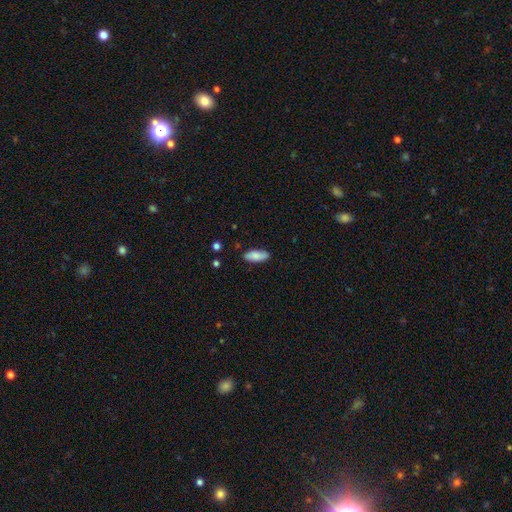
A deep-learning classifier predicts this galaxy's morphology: smooth-or-featured: smooth: 82% | featured or disk: 12% | star or artifact: 6%
  how-rounded: in between: 78% | cigar-shaped: 20% | round: 2%
  merging: none: 86% | minor disturbance: 11% | major disturbance: 2% | merger: 1%